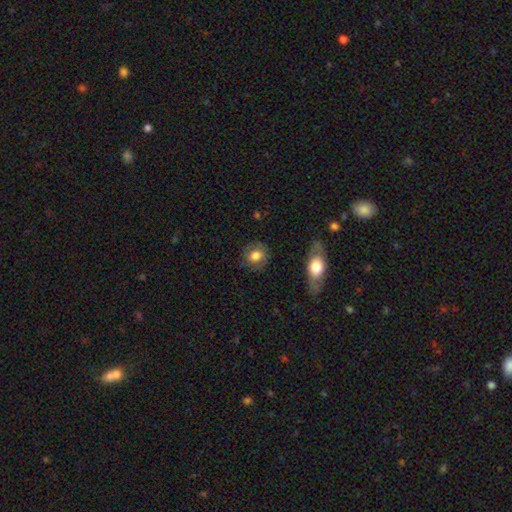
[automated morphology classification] Smooth or featured? smooth (74%)
How rounded? round (74%)
Merging? none (80%)